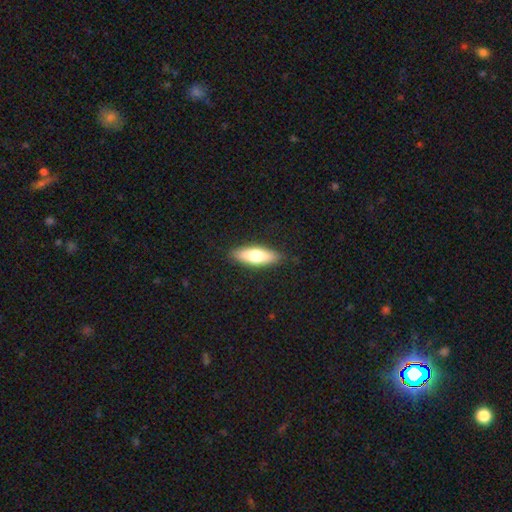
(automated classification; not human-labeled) The model was most divided on "how rounded": in between: 52%, cigar-shaped: 46%, round: 2%. More confident: merging — none (88%); smooth or featured — smooth (69%).